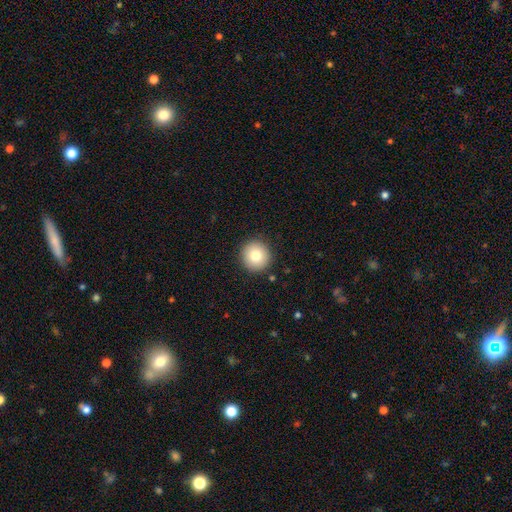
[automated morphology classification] smooth_or_featured: smooth (p=0.79) [alt: featured or disk p=0.11]
how_rounded: round (p=0.95) [alt: in between p=0.04]
merging: none (p=0.91) [alt: minor disturbance p=0.06]